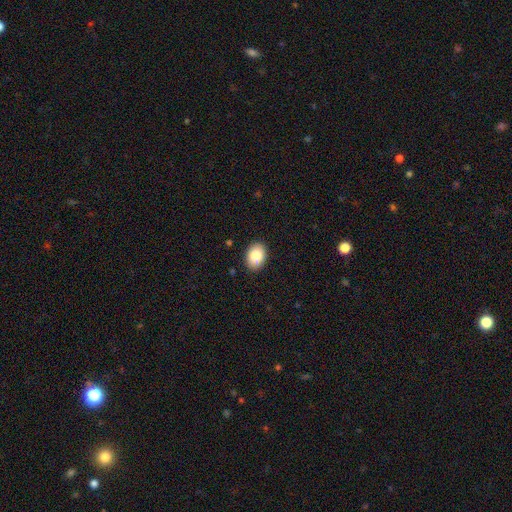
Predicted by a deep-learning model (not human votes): The model was most divided on "how rounded": in between: 78%, round: 21%, cigar-shaped: 1%. More confident: merging — none (89%); smooth or featured — smooth (86%).